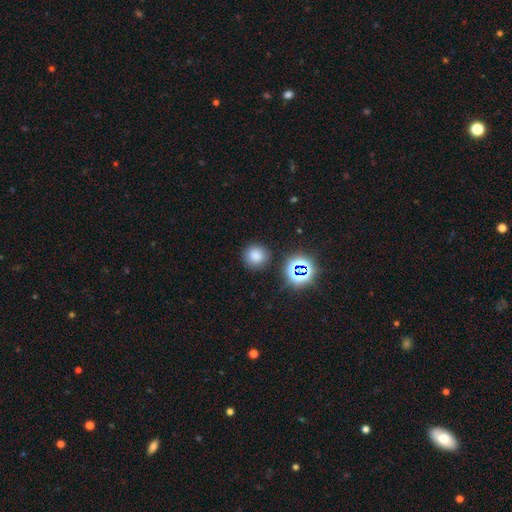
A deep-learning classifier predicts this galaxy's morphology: Smooth or featured? Predicted: smooth (p=0.75). How rounded? Predicted: round (p=0.91). Merging? Predicted: none (p=0.86).